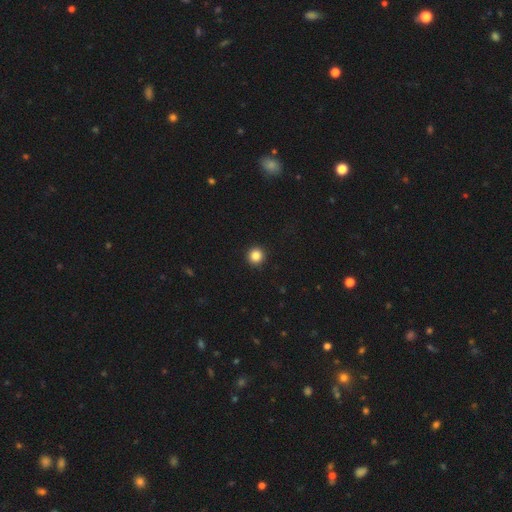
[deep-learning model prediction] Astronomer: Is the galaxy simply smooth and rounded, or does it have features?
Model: smooth — 85%.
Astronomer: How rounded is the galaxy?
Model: round — 96%.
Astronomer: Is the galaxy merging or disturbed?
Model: none — 94%.